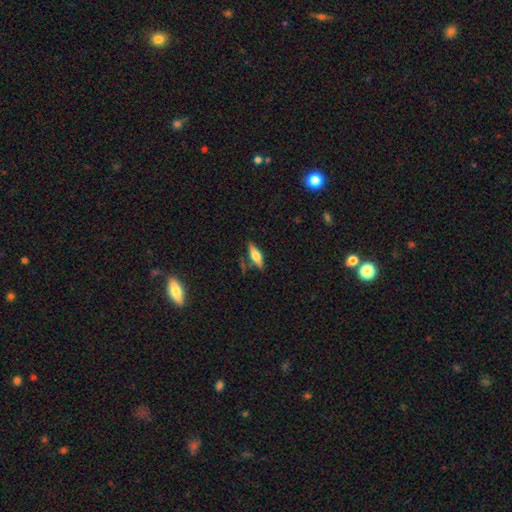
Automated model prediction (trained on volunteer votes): Smooth or featured?
  - smooth: 48% *
  - featured or disk: 45%
  - star or artifact: 7%
Merging?
  - none: 75% *
  - minor disturbance: 15%
  - merger: 6%
  - major disturbance: 4%